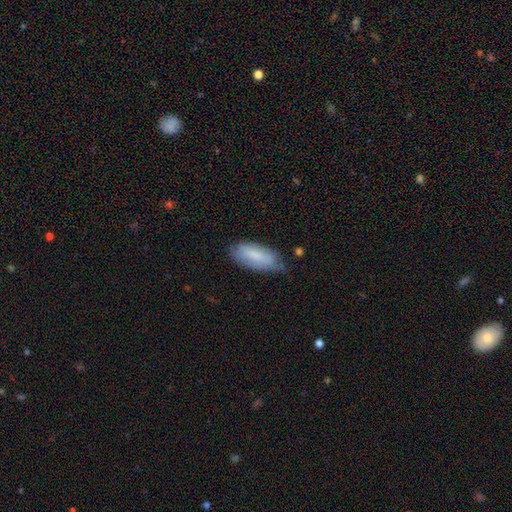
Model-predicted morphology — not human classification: This is likely a smooth galaxy (74%). How rounded: clearly in between (82%). Merging: likely none (61%).